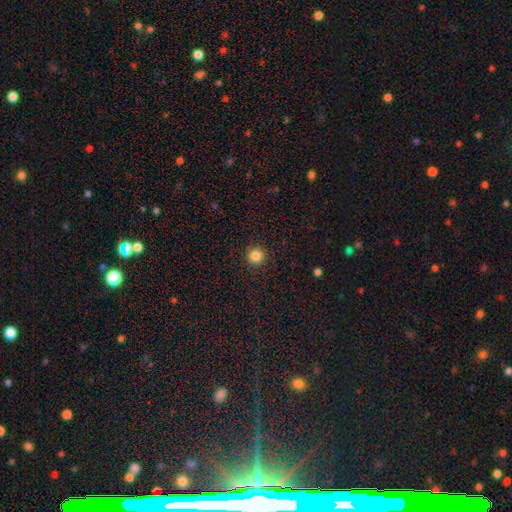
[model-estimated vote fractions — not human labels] Overall: smooth (85%). How rounded: round (95%). Merging: none (92%).